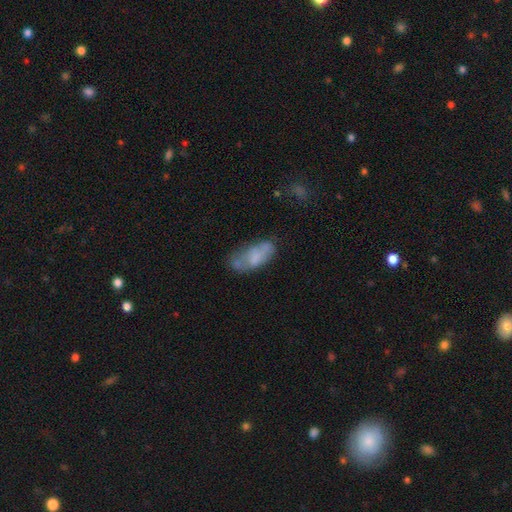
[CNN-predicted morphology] Smooth or featured? smooth (56%)
How rounded? in between (85%)
Merging? none (44%)